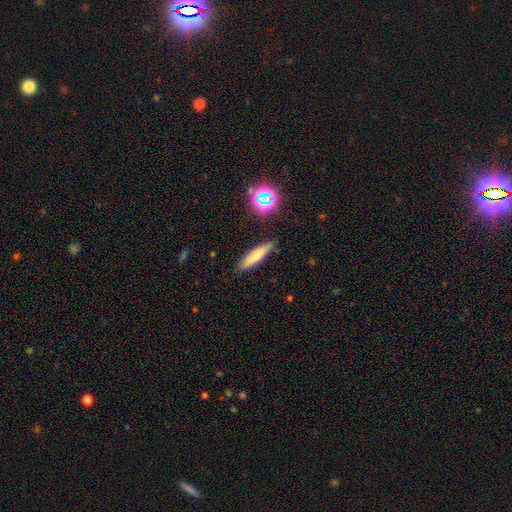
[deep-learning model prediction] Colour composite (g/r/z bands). It shows a smooth galaxy with no disk features (66%) that is cigar-shaped (75%). Merging: none (83%).